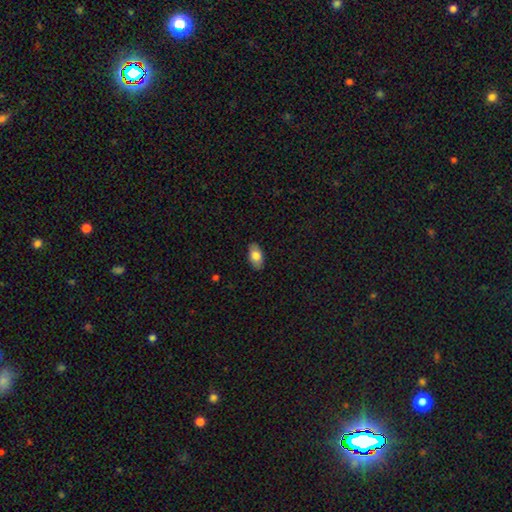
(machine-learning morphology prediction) A smooth galaxy with no disk features (80%) that is in between round and cigar-shaped (93%). Merging: none (88%).